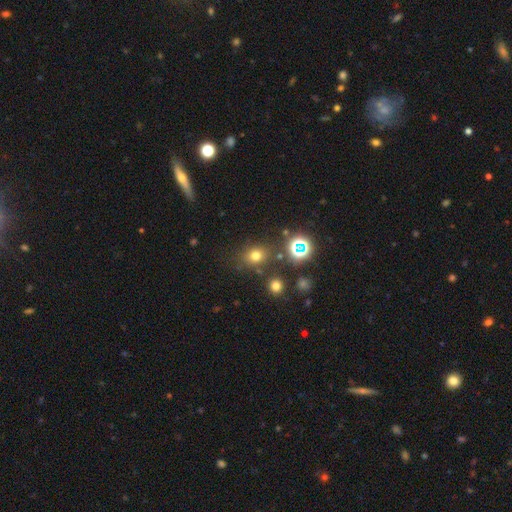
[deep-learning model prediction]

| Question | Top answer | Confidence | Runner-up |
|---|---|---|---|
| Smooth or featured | smooth | 67% | star or artifact (25%) |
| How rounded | round | 63% | in between (36%) |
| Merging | none | 76% | minor disturbance (12%) |